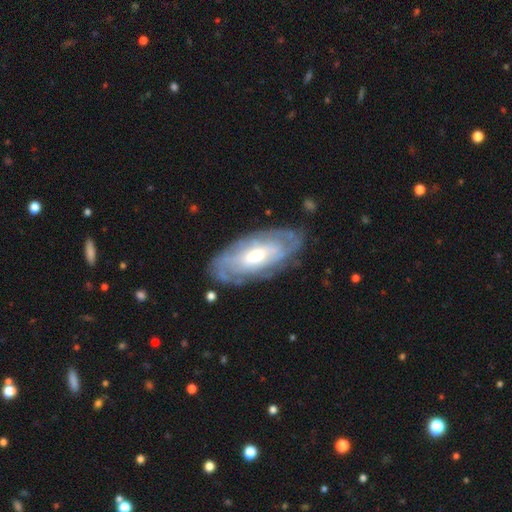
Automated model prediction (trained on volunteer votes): Q: Smooth or featured?
A: featured or disk (74%); runner-up: smooth (21%)
Q: Edge-on disk?
A: no (88%); runner-up: yes (12%)
Q: Bar?
A: no (52%); runner-up: weak (35%)
Q: Spiral arms?
A: yes (77%); runner-up: no (23%)
Q: Spiral winding?
A: tight (66%); runner-up: medium (26%)
Q: Spiral arm count?
A: can't tell (62%); runner-up: 2 (15%)
Q: Bulge size?
A: moderate (64%); runner-up: small (17%)
Q: Merging?
A: none (75%); runner-up: minor disturbance (17%)